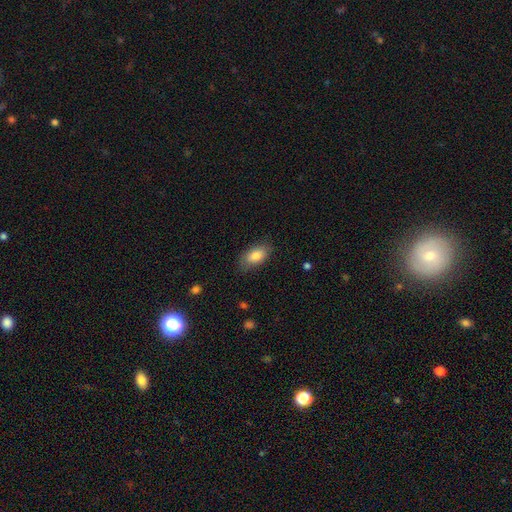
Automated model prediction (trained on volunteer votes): A smooth galaxy with no disk features (82%) that is in between round and cigar-shaped (91%).

Vote fractions:
- Smooth or featured? smooth: 82% / featured or disk: 12% / star or artifact: 7%
- How rounded? in between: 91% / round: 5% / cigar-shaped: 3%
- Merging? none: 79% / minor disturbance: 16% / major disturbance: 4% / merger: 1%